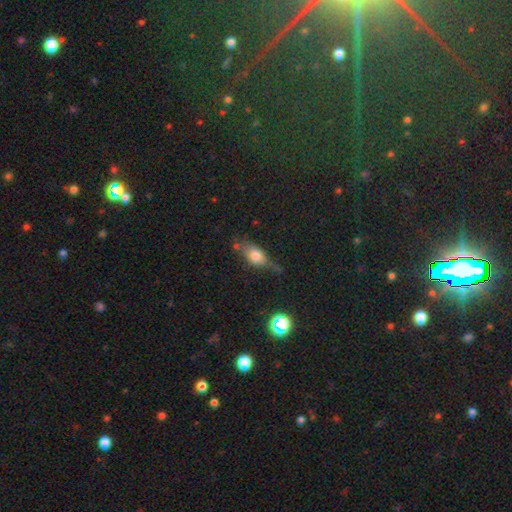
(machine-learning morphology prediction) Smooth or featured: smooth — 59% (featured or disk — 29%)
How rounded: in between — 70% (cigar-shaped — 17%)
Merging: none — 56% (minor disturbance — 28%)